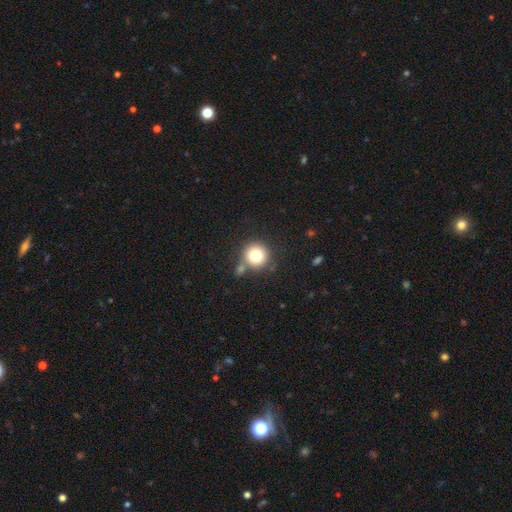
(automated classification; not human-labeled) Overall: smooth (78%). How rounded: round (93%). Merging: none (70%).